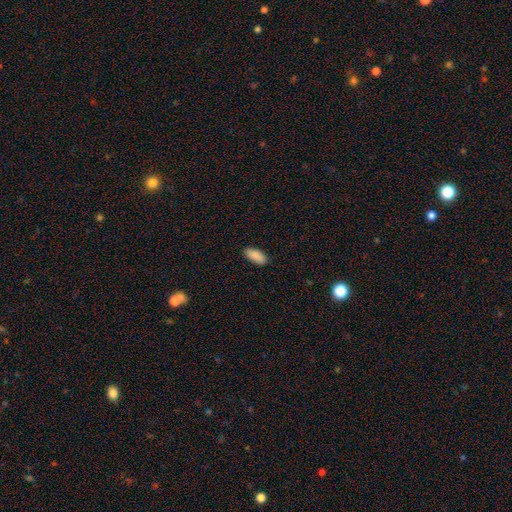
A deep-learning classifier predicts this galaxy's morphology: Smooth or featured? Predicted: smooth (p=0.90). How rounded? Predicted: in between (p=0.88). Merging? Predicted: none (p=0.86).